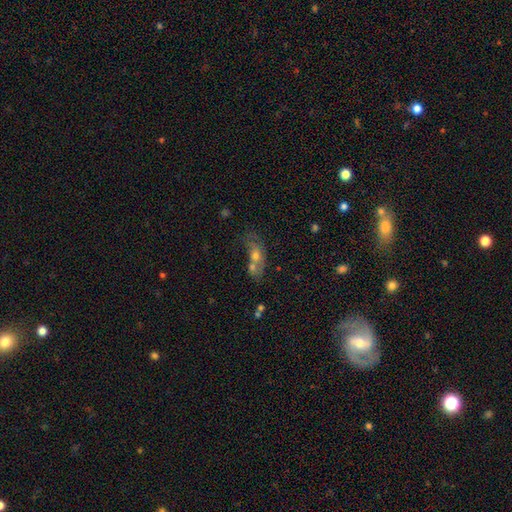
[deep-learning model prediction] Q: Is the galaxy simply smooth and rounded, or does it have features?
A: smooth — 56%.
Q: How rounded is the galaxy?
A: in between — 69%.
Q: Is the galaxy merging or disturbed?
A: merger — 49%.